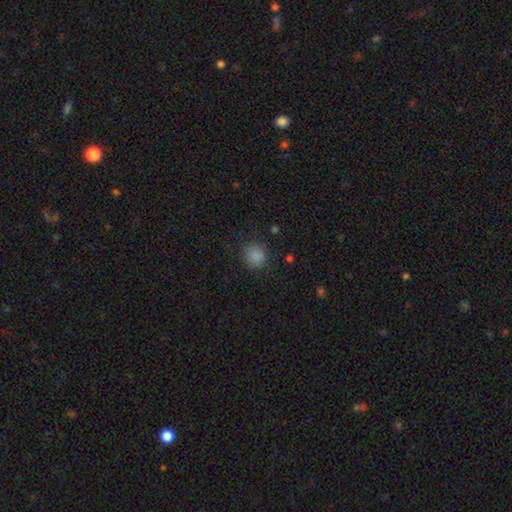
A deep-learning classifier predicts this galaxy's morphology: A smooth galaxy with no disk features (84%) that is round (85%). Merging: none (84%).